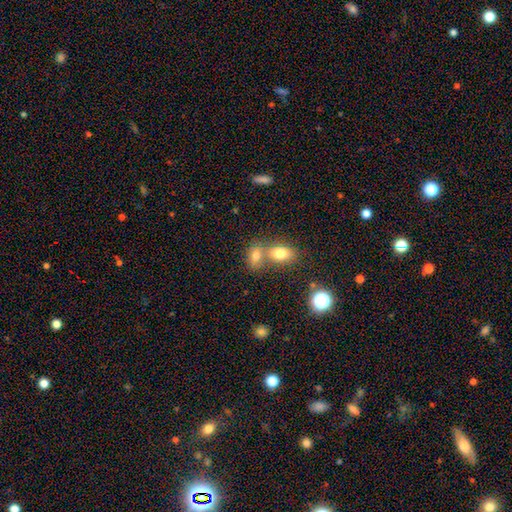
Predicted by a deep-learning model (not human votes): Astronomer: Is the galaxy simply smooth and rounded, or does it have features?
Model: smooth — 75%.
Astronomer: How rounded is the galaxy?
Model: in between — 75%.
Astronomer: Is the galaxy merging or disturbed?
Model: merger — 52% (runner-up: none, 36%).